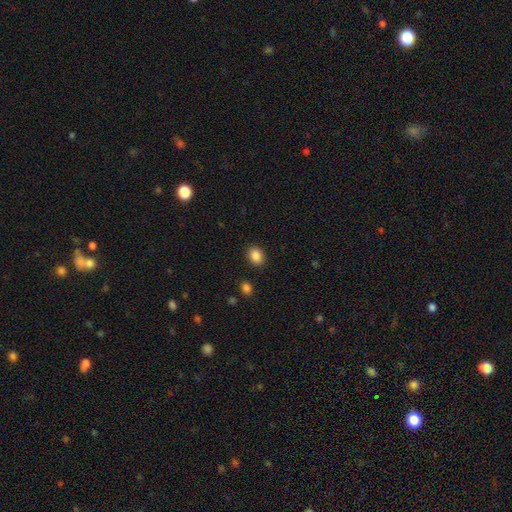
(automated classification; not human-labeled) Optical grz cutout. It shows a smooth galaxy with no disk features (88%) that is in between round and cigar-shaped (59%). Merging: none (88%).